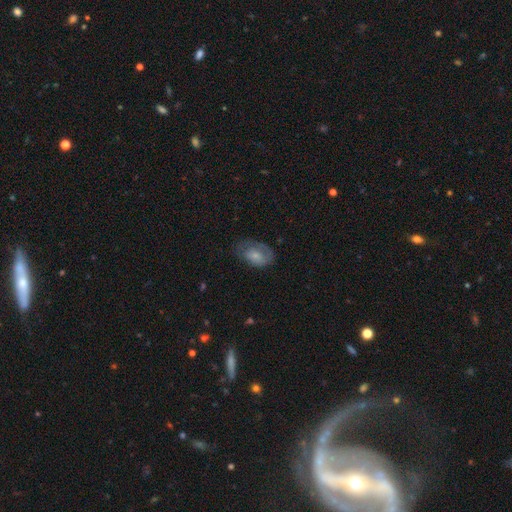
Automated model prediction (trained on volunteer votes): A smooth galaxy with no disk features (64%) that is in between round and cigar-shaped (88%).

Vote fractions:
- Smooth or featured? smooth: 64% / featured or disk: 28% / star or artifact: 7%
- How rounded? in between: 88% / round: 11% / cigar-shaped: 2%
- Merging? none: 48% / minor disturbance: 30% / major disturbance: 20% / merger: 2%